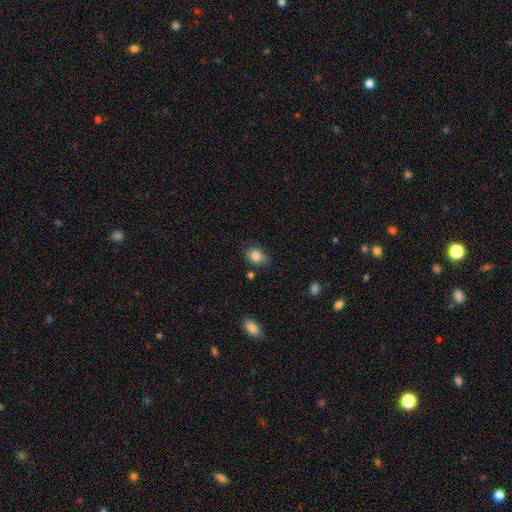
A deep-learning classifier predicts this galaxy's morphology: smooth_or_featured: smooth (p=0.84) [alt: star or artifact p=0.09]
how_rounded: in between (p=0.59) [alt: round p=0.40]
merging: none (p=0.68) [alt: minor disturbance p=0.24]